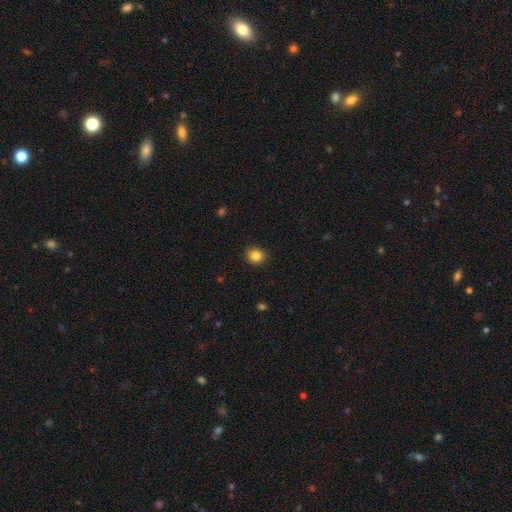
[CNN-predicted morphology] Q: Smooth or featured?
A: smooth (85%); runner-up: star or artifact (11%)
Q: How rounded?
A: round (85%); runner-up: in between (14%)
Q: Merging?
A: none (90%); runner-up: minor disturbance (7%)